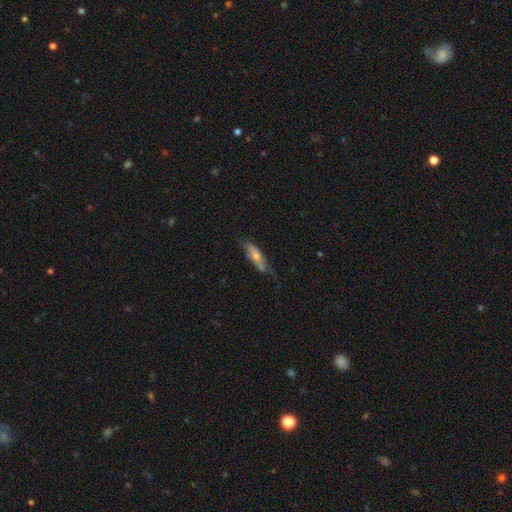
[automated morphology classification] Smooth or featured?
  - featured or disk: 47% *
  - smooth: 45%
  - star or artifact: 8%
Merging?
  - none: 56% *
  - minor disturbance: 31%
  - major disturbance: 10%
  - merger: 3%